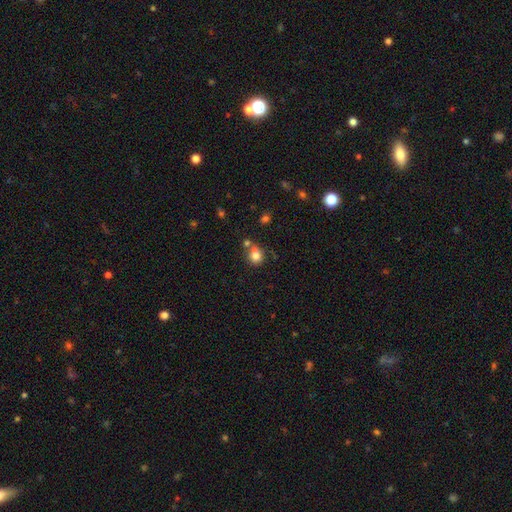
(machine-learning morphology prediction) A smooth galaxy with no disk features (80%) that is round (74%). Merging: none (54%).